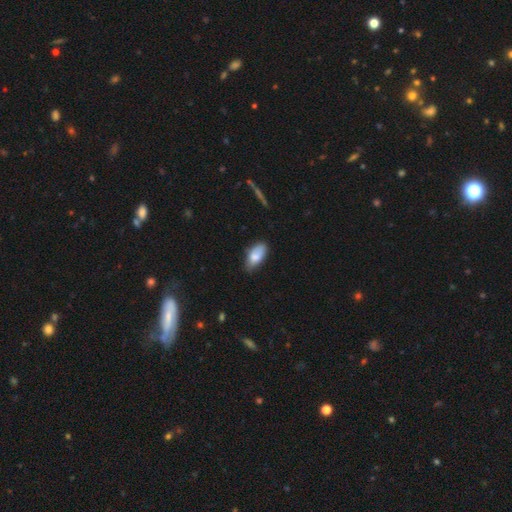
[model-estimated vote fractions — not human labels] Smooth or featured? smooth (80%)
How rounded? in between (93%)
Merging? none (57%)